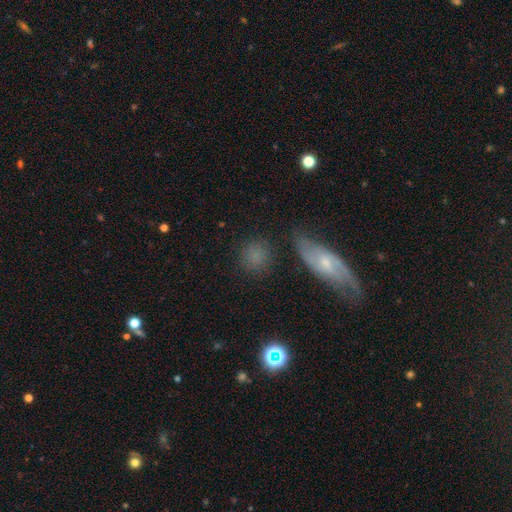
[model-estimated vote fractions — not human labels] smooth 73%, featured or disk 14%, star or artifact 12%. Down the decision tree: how rounded — round (71%); merging — none (76%).